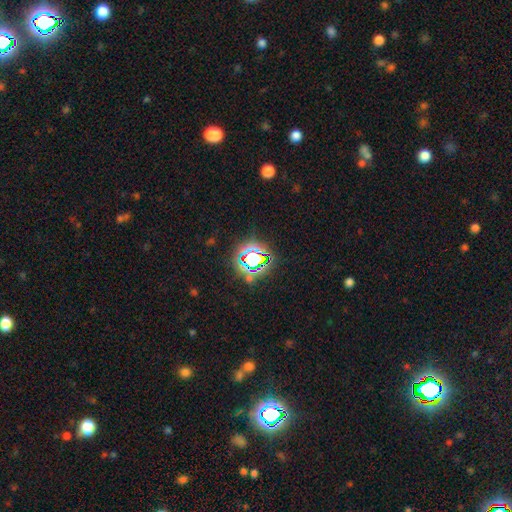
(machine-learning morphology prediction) This is likely a star or artifact rather than a galaxy (78%).